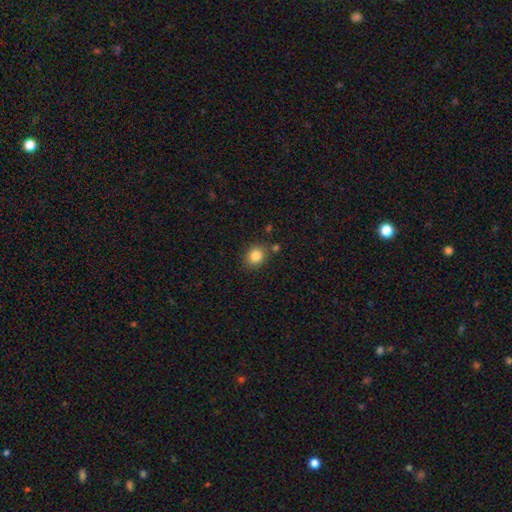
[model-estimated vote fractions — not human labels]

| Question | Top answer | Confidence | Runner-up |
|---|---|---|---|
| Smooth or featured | smooth | 85% | star or artifact (10%) |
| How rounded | round | 63% | in between (36%) |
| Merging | none | 79% | minor disturbance (12%) |